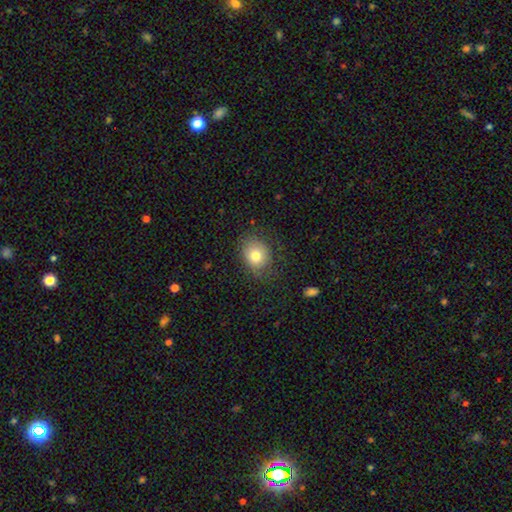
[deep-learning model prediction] A smooth galaxy with no disk features (78%) that is round (59%). Merging: none (76%).